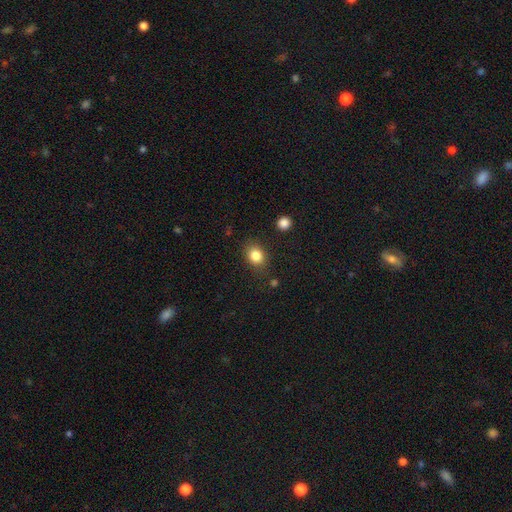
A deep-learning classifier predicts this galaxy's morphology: Smooth or featured? smooth (84%)
How rounded? round (54%)
Merging? none (81%)